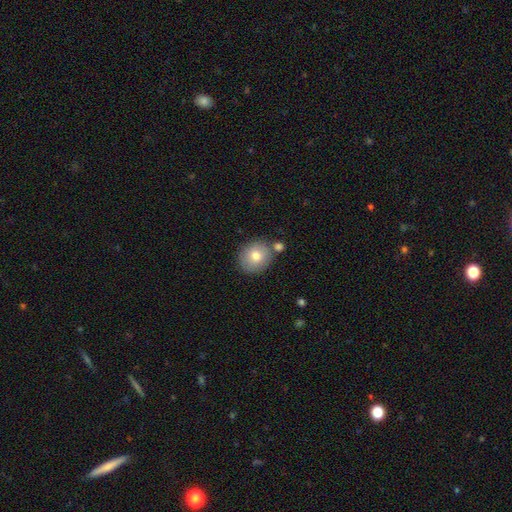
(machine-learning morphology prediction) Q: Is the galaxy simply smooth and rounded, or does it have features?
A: smooth — 76%.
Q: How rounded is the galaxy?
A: round — 75%.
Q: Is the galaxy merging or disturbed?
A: none — 72%.